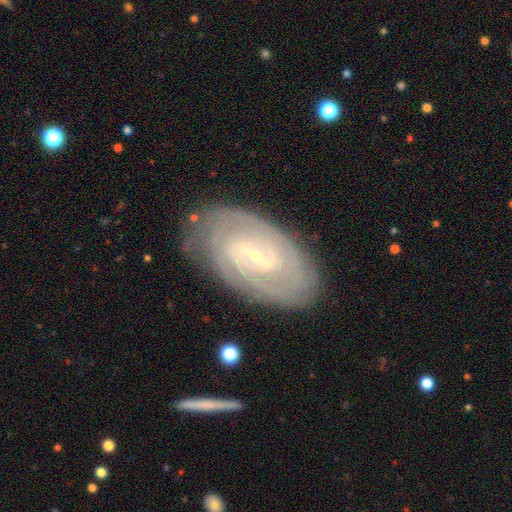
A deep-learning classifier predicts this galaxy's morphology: featured or disk 86%, smooth 8%, star or artifact 6%. Down the decision tree: edge-on disk — no (96%); bar — weak (47%); spiral arms — yes (95%); spiral arm count — 2 (42%); spiral winding — tight (69%); bulge size — small (84%); merging — none (80%).